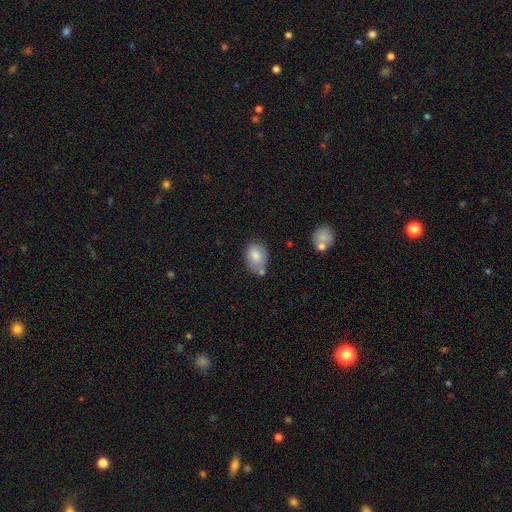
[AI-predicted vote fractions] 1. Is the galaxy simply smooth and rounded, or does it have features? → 79% smooth, 13% featured or disk, 7% star or artifact.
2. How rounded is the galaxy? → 75% in between, 24% round, 1% cigar-shaped.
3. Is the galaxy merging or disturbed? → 56% none, 25% minor disturbance, 13% merger, 6% major disturbance.